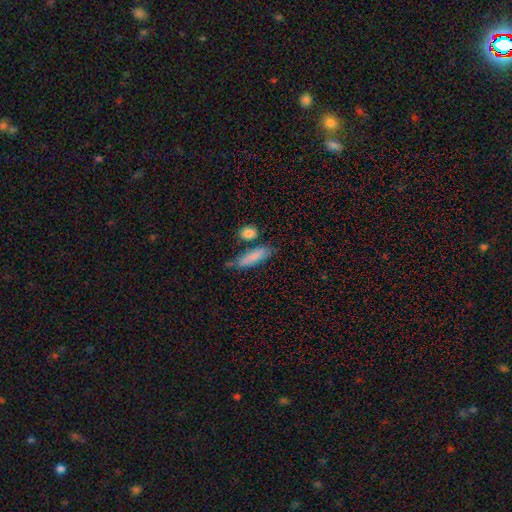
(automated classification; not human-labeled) smooth 79%, featured or disk 13%, star or artifact 8%. Down the decision tree: how rounded — cigar-shaped (55%); merging — none (63%).